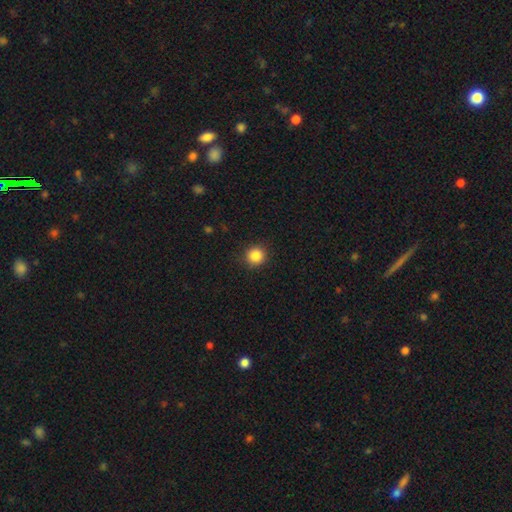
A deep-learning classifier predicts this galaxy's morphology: This appears to be a smooth galaxy with no disk features (86%) that is round (93%). Merging: none (90%).